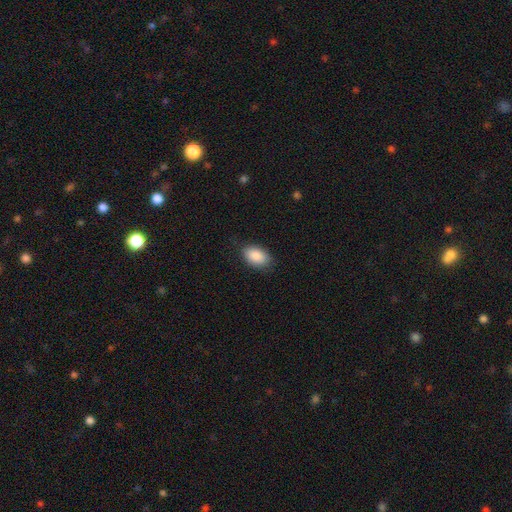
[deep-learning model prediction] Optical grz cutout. It shows a smooth galaxy with no disk features (88%) that is in between round and cigar-shaped (91%). Merging: none (82%).